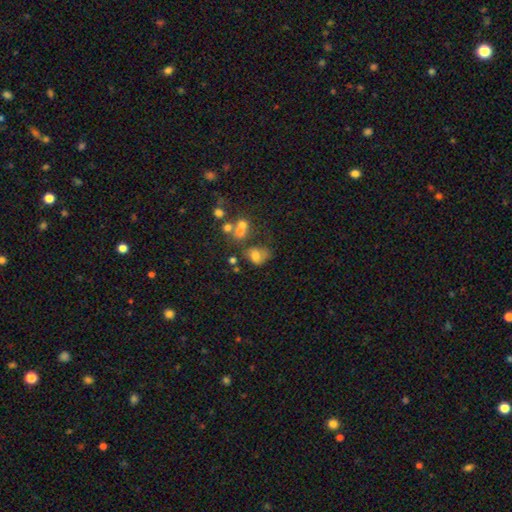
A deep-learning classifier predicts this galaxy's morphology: Overall: smooth (66%). How rounded: in between (62%; round 37%). Merging: none (31%; merger 25%).